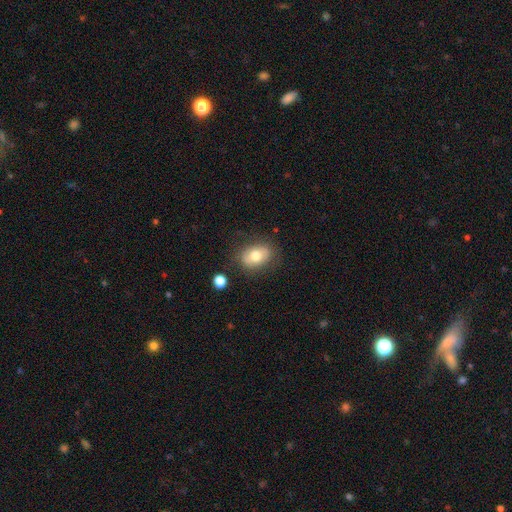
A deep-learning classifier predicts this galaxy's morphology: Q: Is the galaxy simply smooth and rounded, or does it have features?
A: smooth — 68%.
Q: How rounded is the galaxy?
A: in between — 74%.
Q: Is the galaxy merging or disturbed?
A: none — 78%.